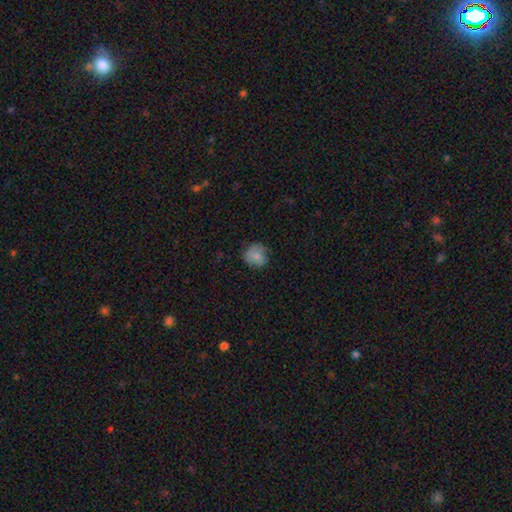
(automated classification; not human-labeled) A smooth galaxy with no disk features (80%) that is round (82%).

Vote fractions:
- Smooth or featured? smooth: 80% / featured or disk: 11% / star or artifact: 9%
- How rounded? round: 82% / in between: 17% / cigar-shaped: 1%
- Merging? none: 69% / minor disturbance: 23% / major disturbance: 6% / merger: 1%